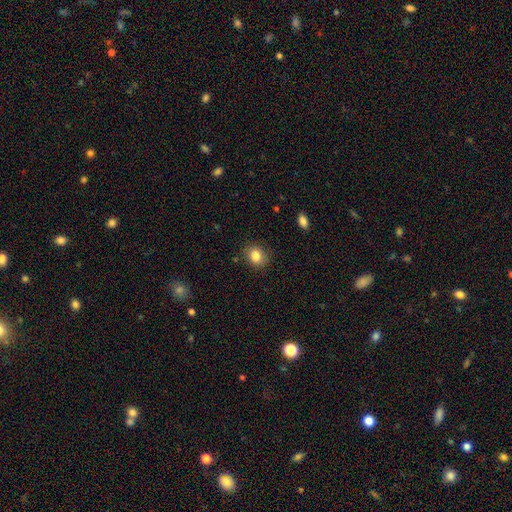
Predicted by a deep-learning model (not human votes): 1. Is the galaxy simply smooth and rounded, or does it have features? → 84% smooth, 10% star or artifact, 6% featured or disk.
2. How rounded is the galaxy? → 67% round, 32% in between, 1% cigar-shaped.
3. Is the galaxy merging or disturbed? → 86% none, 10% minor disturbance, 3% major disturbance, 1% merger.